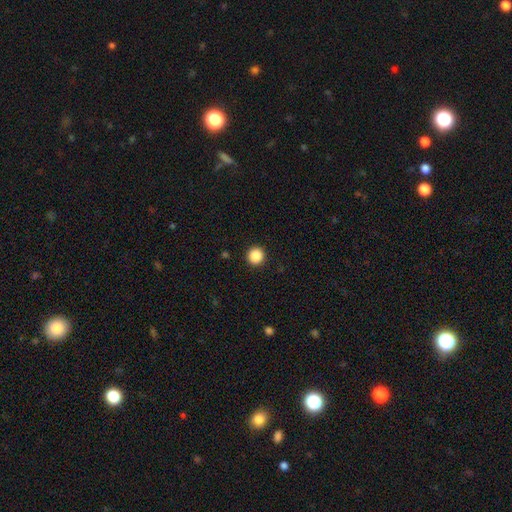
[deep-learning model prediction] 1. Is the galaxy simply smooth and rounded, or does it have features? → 87% smooth, 10% star or artifact, 3% featured or disk.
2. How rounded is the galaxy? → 96% round, 4% in between, 1% cigar-shaped.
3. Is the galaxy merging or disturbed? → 93% none, 4% minor disturbance, 2% major disturbance, 1% merger.